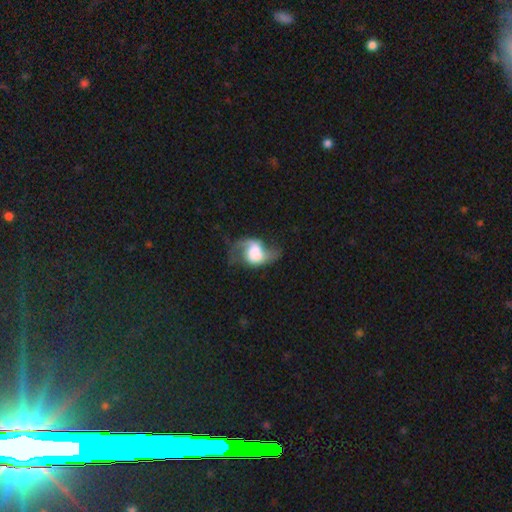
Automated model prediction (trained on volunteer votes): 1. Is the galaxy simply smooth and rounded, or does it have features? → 66% featured or disk, 26% smooth, 8% star or artifact.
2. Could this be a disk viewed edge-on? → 96% no, 4% yes.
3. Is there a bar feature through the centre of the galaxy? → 60% no, 28% weak, 12% strong.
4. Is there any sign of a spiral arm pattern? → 83% yes, 17% no.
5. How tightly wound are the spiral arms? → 69% loose, 24% medium, 6% tight.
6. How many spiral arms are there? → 84% 2, 8% 1, 4% can't tell, 1% 3, 1% 4, 1% more than 4.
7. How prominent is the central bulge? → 39% large, 25% dominant, 15% none, 12% moderate, 9% small.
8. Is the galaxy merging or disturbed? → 41% none, 31% major disturbance, 22% minor disturbance, 6% merger.